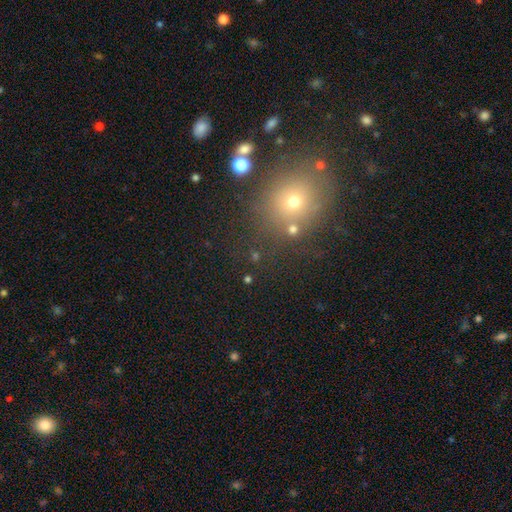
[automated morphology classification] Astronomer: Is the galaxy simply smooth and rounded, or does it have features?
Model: smooth — 50% (runner-up: star or artifact, 37%).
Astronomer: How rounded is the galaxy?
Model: round — 78%.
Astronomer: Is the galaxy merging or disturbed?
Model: none — 75%.